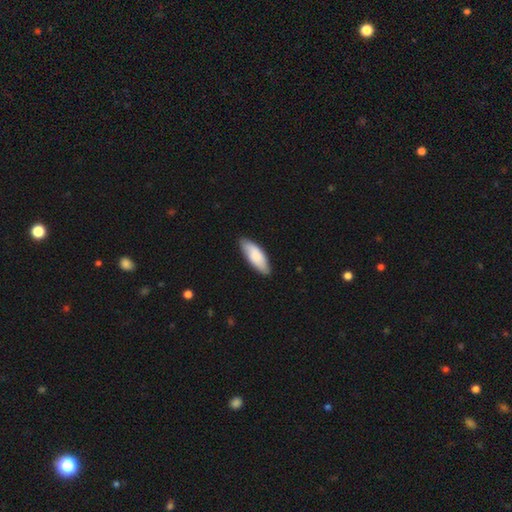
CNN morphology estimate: This appears to be a smooth galaxy with no disk features (82%) that is in between round and cigar-shaped (70%). Merging: none (82%).